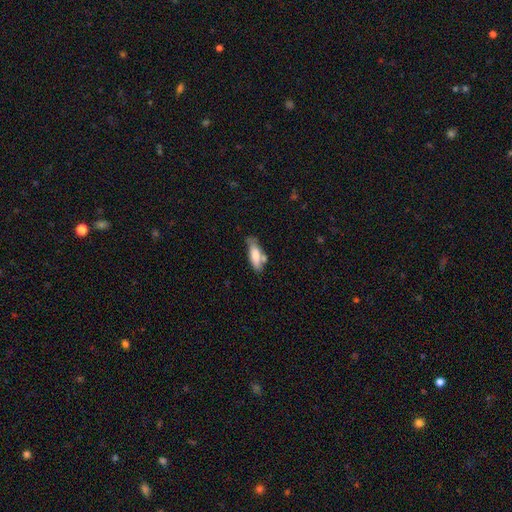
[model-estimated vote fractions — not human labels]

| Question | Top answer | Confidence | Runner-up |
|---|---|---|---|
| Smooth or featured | smooth | 75% | featured or disk (18%) |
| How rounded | in between | 65% | cigar-shaped (33%) |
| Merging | none | 51% | minor disturbance (25%) |